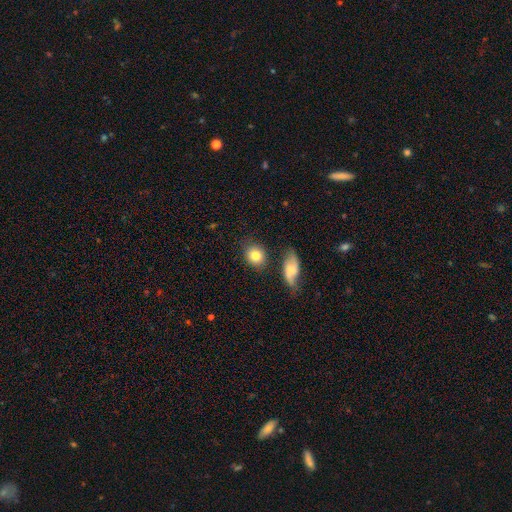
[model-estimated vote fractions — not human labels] Smooth or featured?
  - smooth: 81% *
  - featured or disk: 11%
  - star or artifact: 8%
How rounded?
  - round: 62% *
  - in between: 36%
  - cigar-shaped: 2%
Merging?
  - none: 75% *
  - minor disturbance: 13%
  - merger: 9%
  - major disturbance: 4%